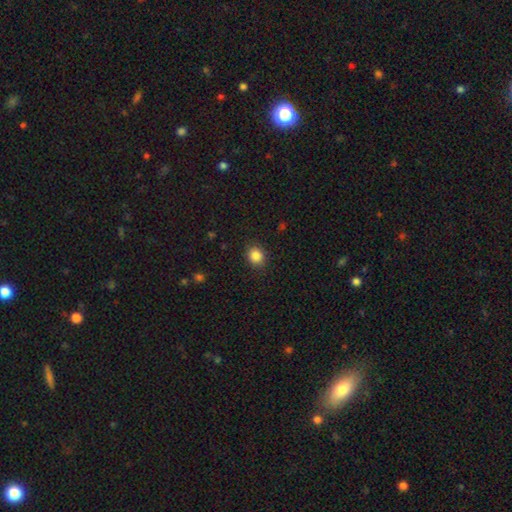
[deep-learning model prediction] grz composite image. It shows a smooth galaxy with no disk features (86%) that is round (72%). Merging: none (89%).